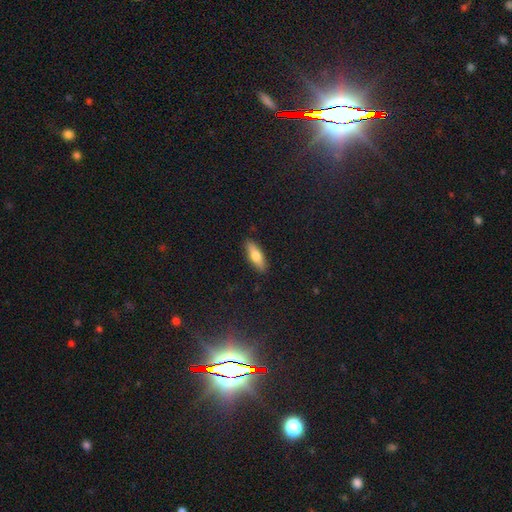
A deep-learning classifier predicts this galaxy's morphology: Q: Smooth or featured?
A: smooth (69%); runner-up: featured or disk (25%)
Q: How rounded?
A: in between (52%); runner-up: cigar-shaped (45%)
Q: Merging?
A: none (89%); runner-up: minor disturbance (8%)